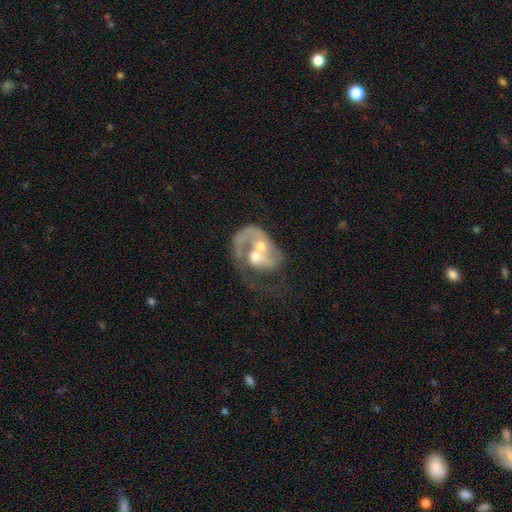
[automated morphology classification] type=featured or disk (74%); edge-on=no (97%); bar=no (74%); spiral arms=yes (70%); winding=loose (42%); arm count=1 (64%); bulge=moderate (66%); merging=merger (60%).